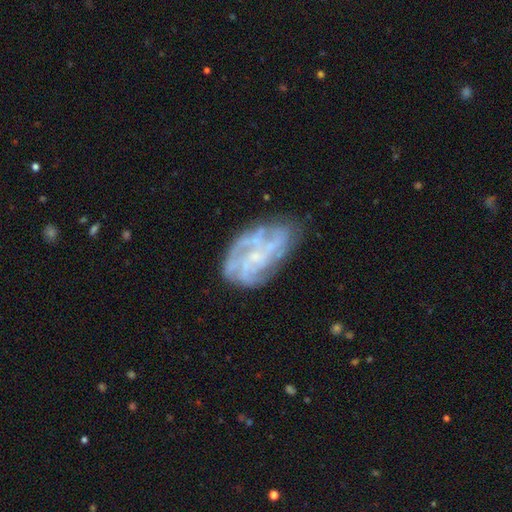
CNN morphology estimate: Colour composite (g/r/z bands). It shows a featured or disk galaxy (77%) with no bar (68%), tight (49%) spiral arms (84%) and a small central bulge (66%). Merging: none (65%).